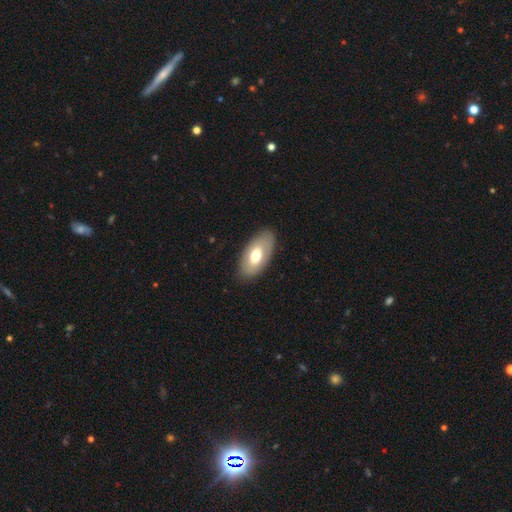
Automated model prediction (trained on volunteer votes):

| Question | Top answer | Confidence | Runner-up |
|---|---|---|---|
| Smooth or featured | smooth | 65% | featured or disk (30%) |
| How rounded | in between | 93% | cigar-shaped (3%) |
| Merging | none | 85% | minor disturbance (11%) |